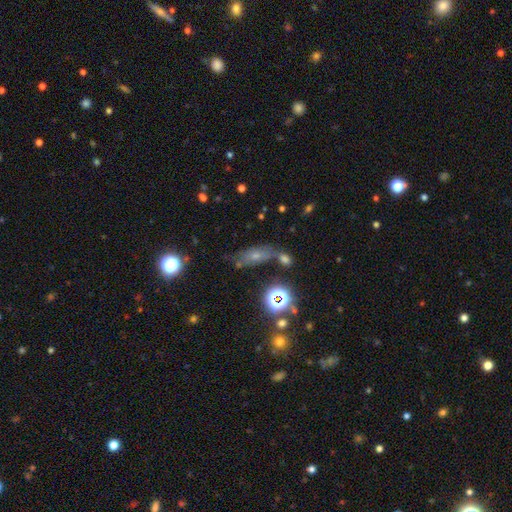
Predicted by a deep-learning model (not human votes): The model was most divided on "merging": none: 53%, merger: 21%, minor disturbance: 18%, major disturbance: 8%. More confident: how rounded — in between (71%); smooth or featured — smooth (56%).